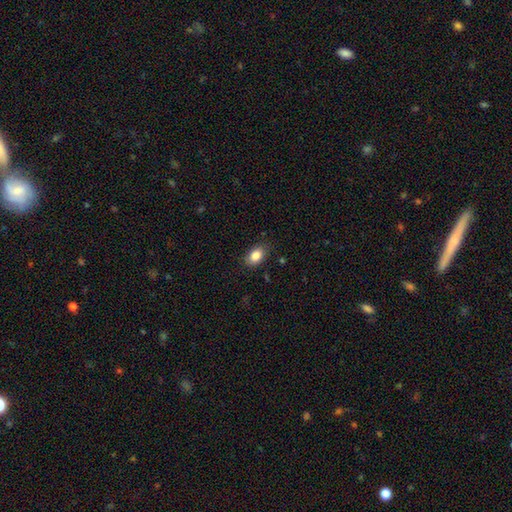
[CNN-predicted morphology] A smooth galaxy with no disk features (85%) that is in between round and cigar-shaped (86%). Merging: none (81%).